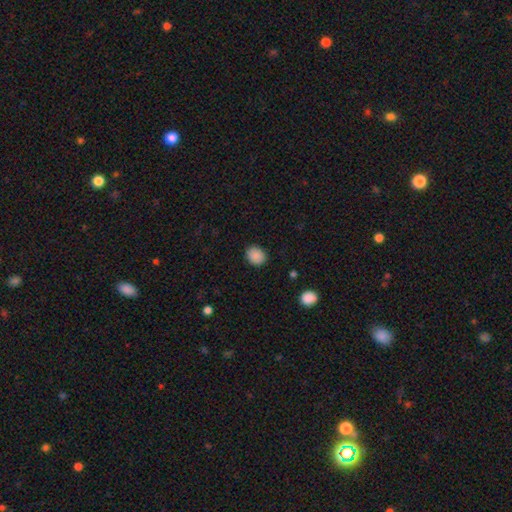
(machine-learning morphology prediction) This appears to be a smooth galaxy with no disk features (88%) that is round (58%). Merging: none (87%).